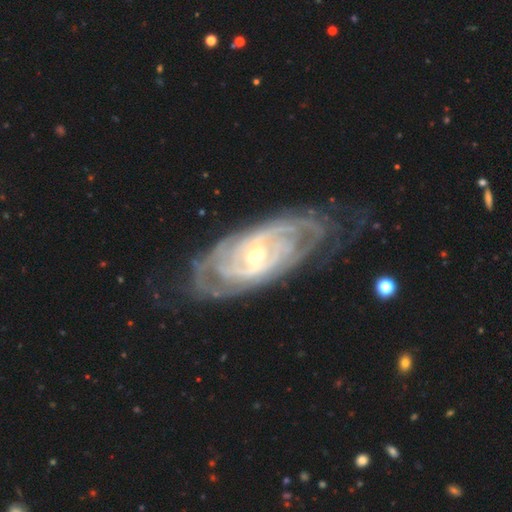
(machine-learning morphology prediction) This appears to be a featured or disk galaxy (90%) with no bar (41%), tight (77%) spiral arms (96%) and a small central bulge (57%). Merging: none (72%).